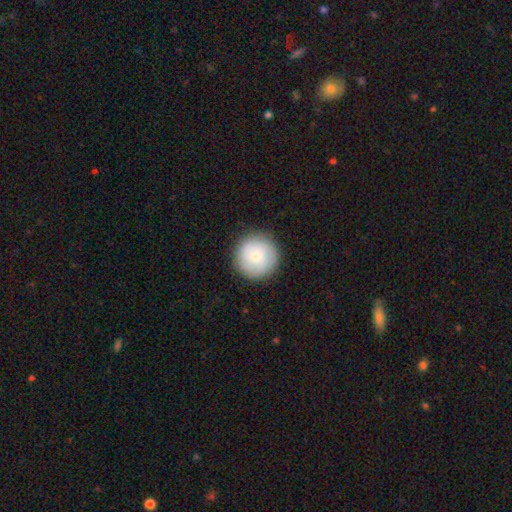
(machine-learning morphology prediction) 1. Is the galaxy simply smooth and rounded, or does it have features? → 69% smooth, 24% featured or disk, 7% star or artifact.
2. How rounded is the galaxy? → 96% round, 3% in between, 1% cigar-shaped.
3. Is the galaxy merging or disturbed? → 88% none, 9% minor disturbance, 3% major disturbance, 1% merger.